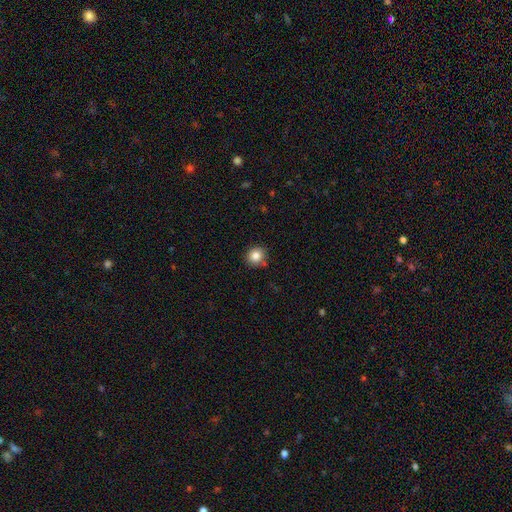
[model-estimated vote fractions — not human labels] A smooth galaxy with no disk features (84%) that is round (88%).

Vote fractions:
- Smooth or featured? smooth: 84% / star or artifact: 10% / featured or disk: 5%
- How rounded? round: 88% / in between: 11% / cigar-shaped: 1%
- Merging? none: 85% / minor disturbance: 10% / merger: 3% / major disturbance: 2%